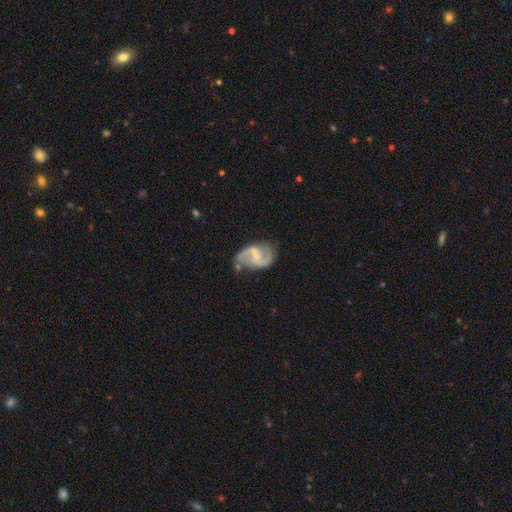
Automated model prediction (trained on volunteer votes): Smooth or featured? Predicted: featured or disk (p=0.85). Edge-on disk? Predicted: no (p=0.98). Bar? Predicted: weak (p=0.54). Spiral arms? Predicted: yes (p=0.94). Spiral winding? Predicted: loose (p=0.46). Spiral arm count? Predicted: 2 (p=0.90). Bulge size? Predicted: small (p=0.61). Merging? Predicted: none (p=0.55).